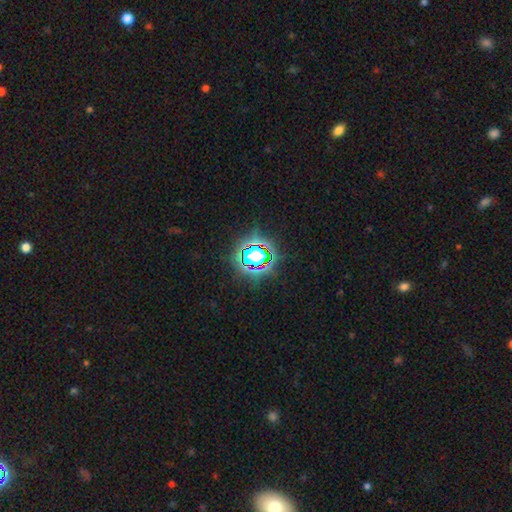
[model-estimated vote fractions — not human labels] star or artifact 66%, smooth 22%, featured or disk 13%.